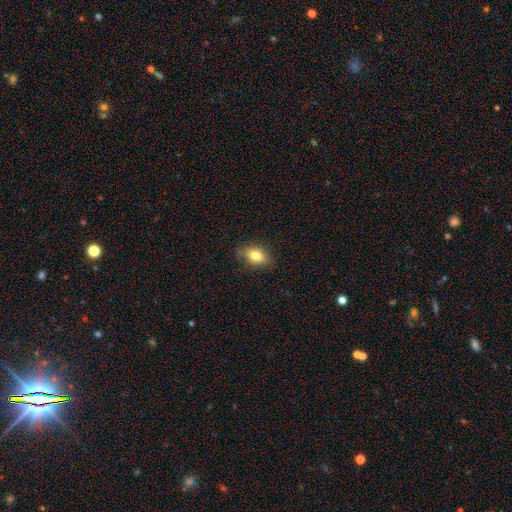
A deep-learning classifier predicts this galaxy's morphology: This appears to be a smooth galaxy with no disk features (79%) that is in between round and cigar-shaped (81%). Merging: none (78%).